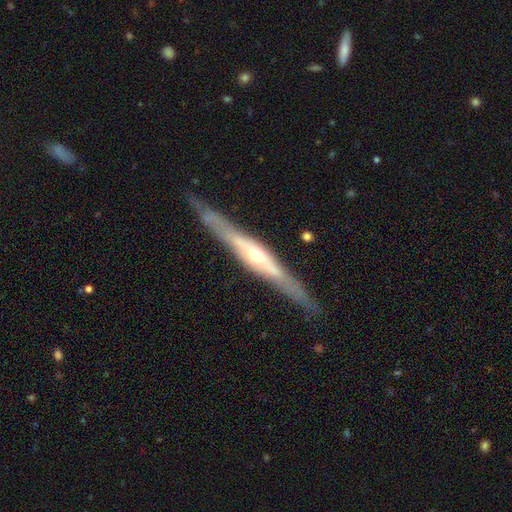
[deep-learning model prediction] A featured or disk galaxy (78%) viewed edge-on (92%) with a rounded central bulge (83%).

Vote fractions:
- Smooth or featured? featured or disk: 78% / smooth: 17% / star or artifact: 5%
- Edge-on disk? yes: 92% / no: 8%
- Edge-on bulge? rounded: 83% / none: 9% / boxy: 8%
- Merging? none: 82% / minor disturbance: 13% / major disturbance: 3% / merger: 2%